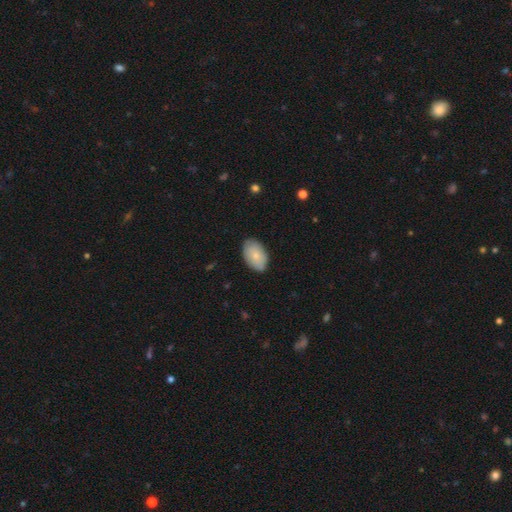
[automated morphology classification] Smooth or featured?
  - smooth: 80% *
  - featured or disk: 14%
  - star or artifact: 6%
How rounded?
  - in between: 93% *
  - round: 6%
  - cigar-shaped: 1%
Merging?
  - none: 83% *
  - minor disturbance: 14%
  - major disturbance: 2%
  - merger: 1%